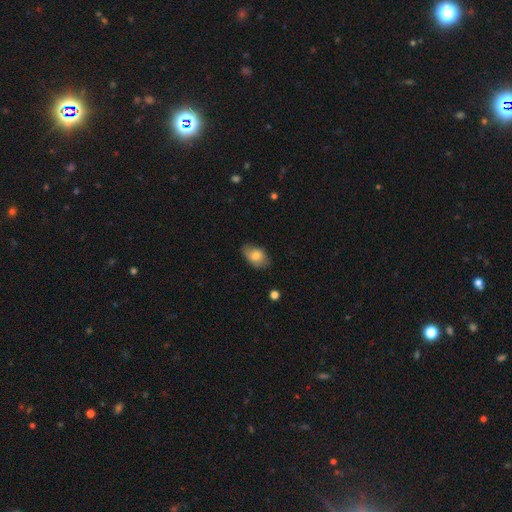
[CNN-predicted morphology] Overall: smooth (73%). How rounded: in between (86%). Merging: none (66%; minor disturbance 27%).